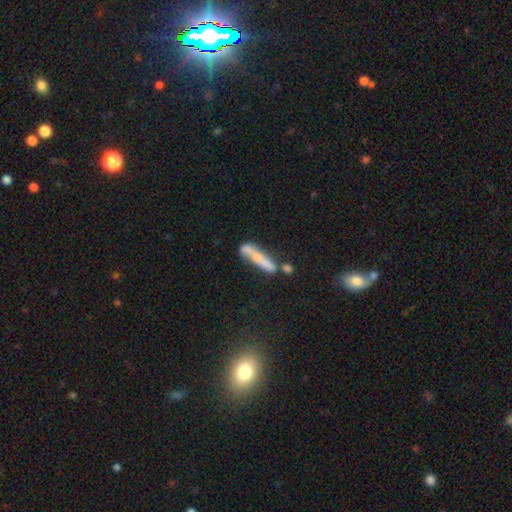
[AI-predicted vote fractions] Overall: smooth (60%; featured or disk 31%). How rounded: cigar-shaped (86%). Merging: none (46%; merger 23%).